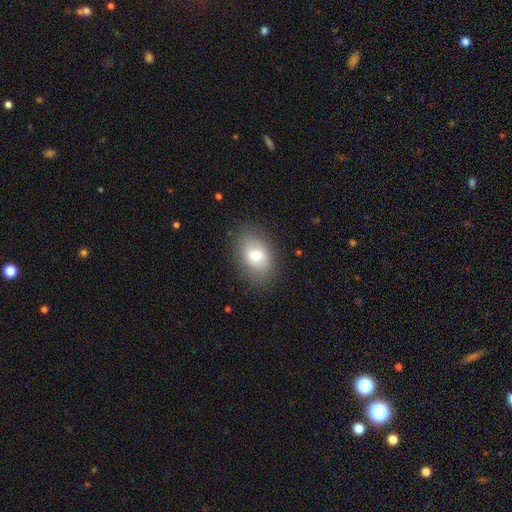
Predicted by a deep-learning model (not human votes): A smooth galaxy with no disk features (72%) that is in between round and cigar-shaped (78%). Merging: none (83%).